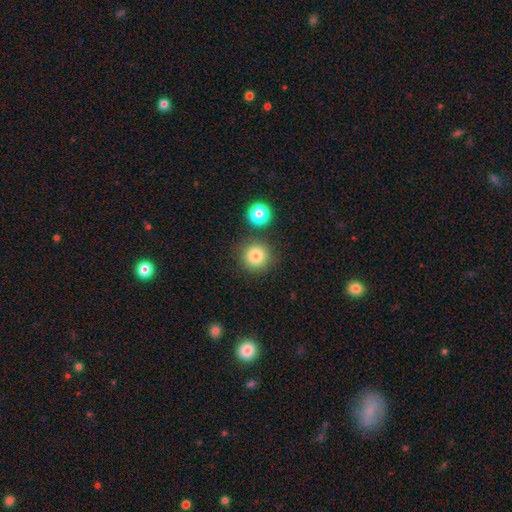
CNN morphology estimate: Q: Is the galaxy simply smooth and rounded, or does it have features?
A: smooth — 81%.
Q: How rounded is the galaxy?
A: round — 94%.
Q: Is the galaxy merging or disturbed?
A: none — 82%.